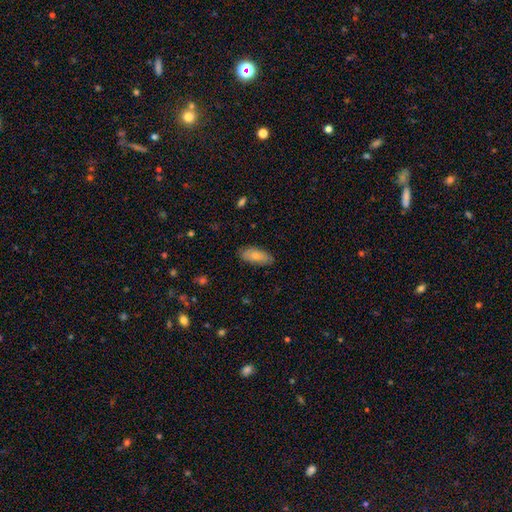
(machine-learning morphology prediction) This appears to be a smooth galaxy with no disk features (78%) that is in between round and cigar-shaped (85%). Merging: none (84%).